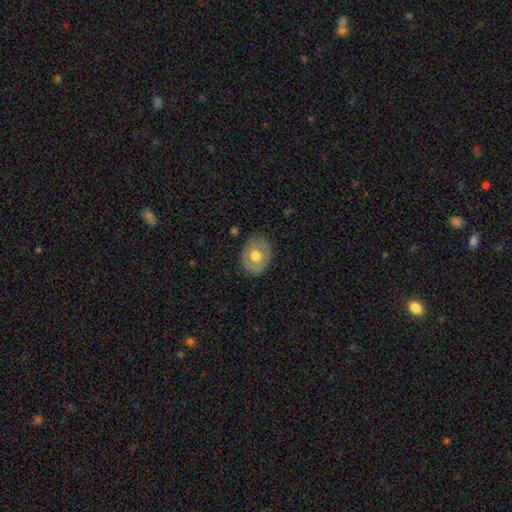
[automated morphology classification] Smooth or featured?
  - smooth: 58% *
  - featured or disk: 36%
  - star or artifact: 6%
How rounded?
  - in between: 56% *
  - round: 43%
  - cigar-shaped: 1%
Merging?
  - none: 83% *
  - minor disturbance: 13%
  - major disturbance: 3%
  - merger: 1%